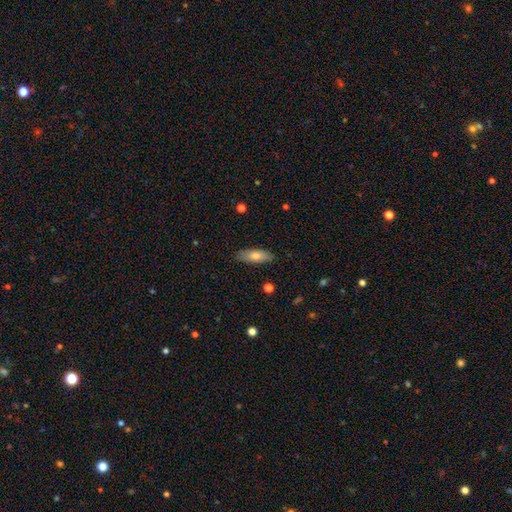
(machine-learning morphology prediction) Smooth or featured: smooth — 73% (featured or disk — 20%)
How rounded: in between — 61% (cigar-shaped — 37%)
Merging: none — 86% (minor disturbance — 11%)